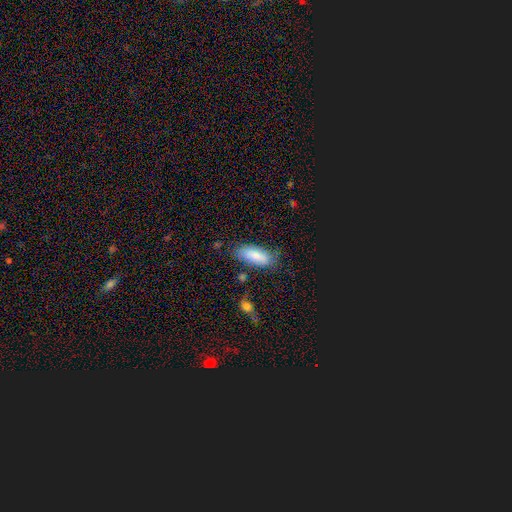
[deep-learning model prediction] The model was most divided on "merging": none: 71%, minor disturbance: 20%, major disturbance: 6%, merger: 4%. More confident: how rounded — in between (81%); smooth or featured — smooth (81%).